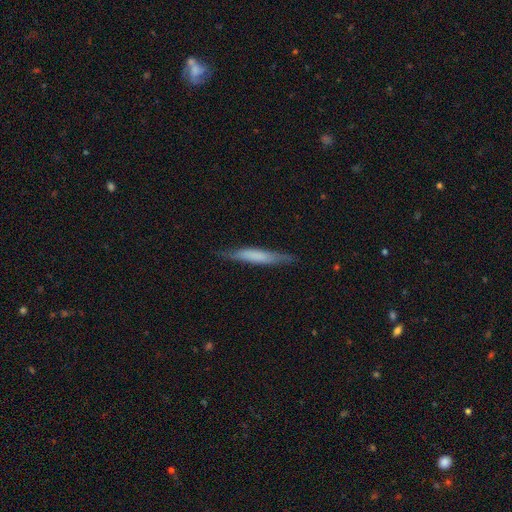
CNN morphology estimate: This appears to be a smooth galaxy with no disk features (59%) that is cigar-shaped (93%). Merging: none (82%).